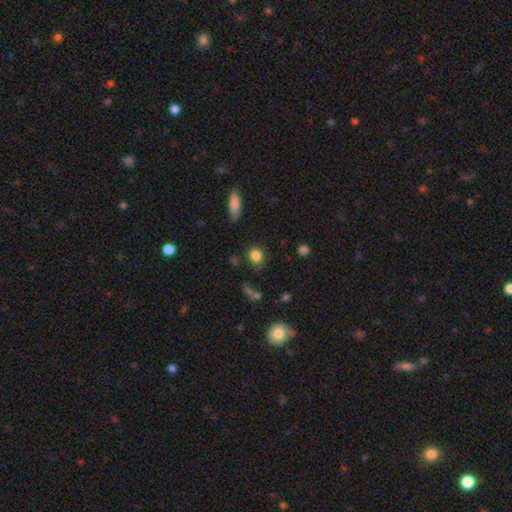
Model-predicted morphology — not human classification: Smooth or featured?
  - smooth: 84% *
  - star or artifact: 11%
  - featured or disk: 6%
How rounded?
  - round: 81% *
  - in between: 17%
  - cigar-shaped: 2%
Merging?
  - none: 80% *
  - minor disturbance: 13%
  - major disturbance: 4%
  - merger: 3%